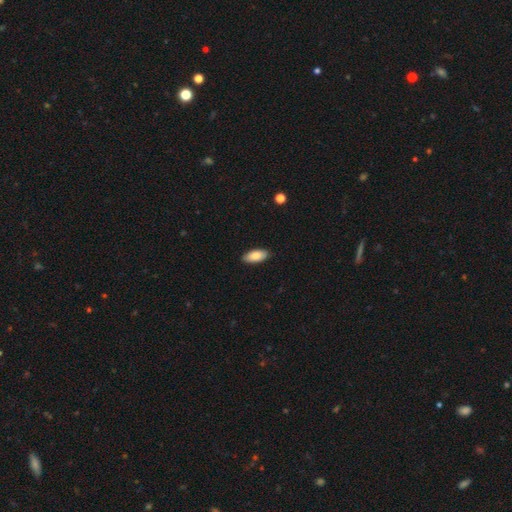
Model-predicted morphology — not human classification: A smooth galaxy with no disk features (84%) that is in between round and cigar-shaped (89%). Merging: none (89%).